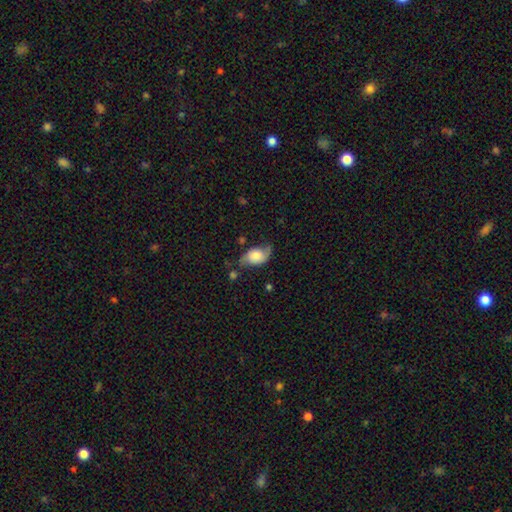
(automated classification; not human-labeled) smooth-or-featured: featured or disk: 51% | smooth: 41% | star or artifact: 8%
  disk-edge-on: no: 95% | yes: 5%
  merging: none: 51% | minor disturbance: 30% | major disturbance: 15% | merger: 4%